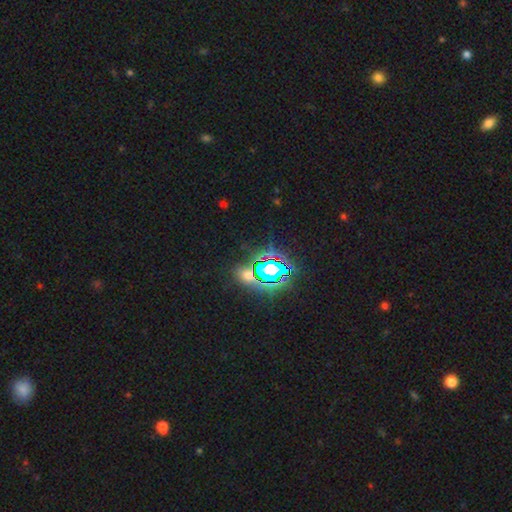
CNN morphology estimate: Smooth or featured? Predicted: star or artifact (p=0.79).